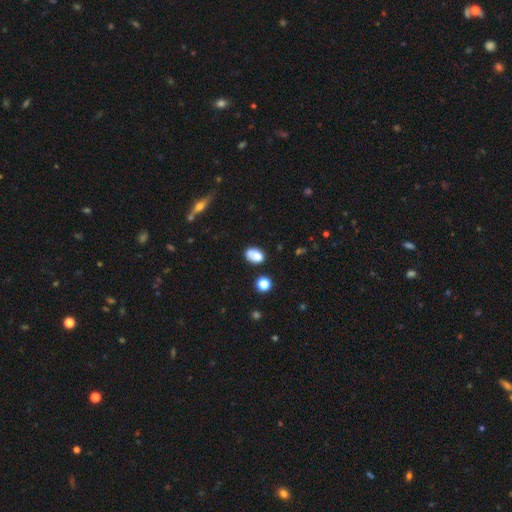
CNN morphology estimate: smooth 76%, featured or disk 14%, star or artifact 11%. Down the decision tree: how rounded — in between (76%); merging — none (50%).